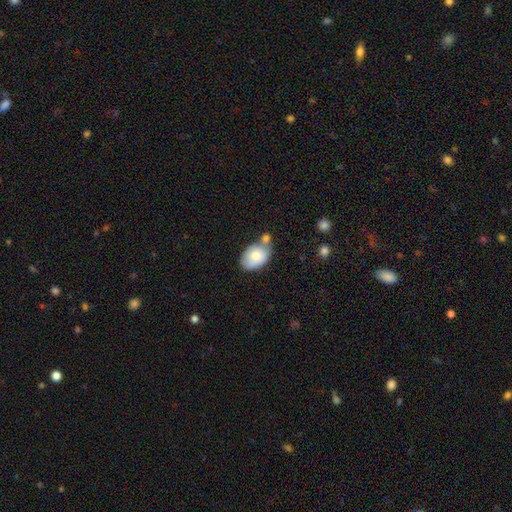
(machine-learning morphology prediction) Overall: smooth (73%). How rounded: in between (82%). Merging: none (44%; merger 28%).